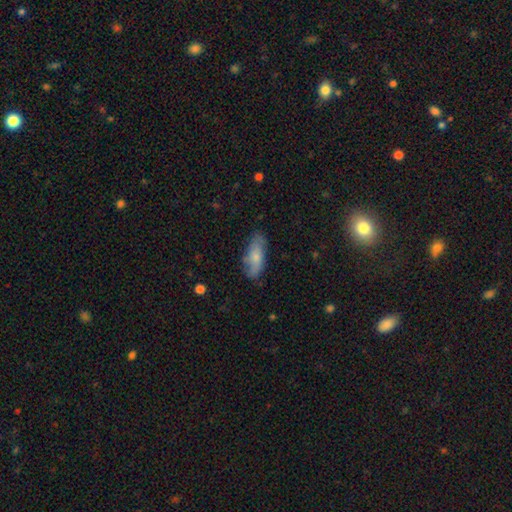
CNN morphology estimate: smooth_or_featured: smooth (p=0.65) [alt: featured or disk p=0.28]
how_rounded: in between (p=0.71) [alt: cigar-shaped p=0.27]
merging: none (p=0.74) [alt: minor disturbance p=0.20]